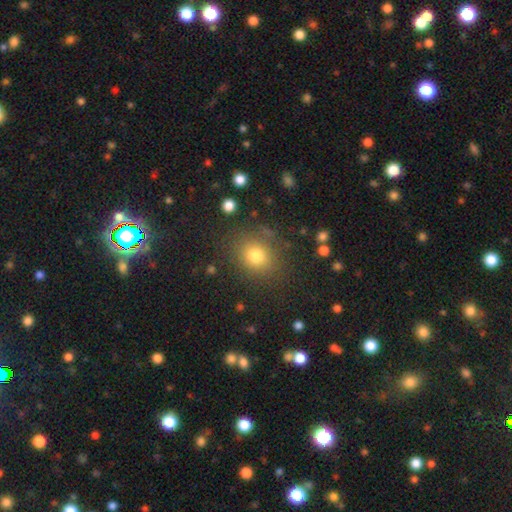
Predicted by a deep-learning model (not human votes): smooth-or-featured: smooth: 77% | star or artifact: 15% | featured or disk: 8%
  how-rounded: round: 76% | in between: 23% | cigar-shaped: 1%
  merging: none: 83% | minor disturbance: 11% | major disturbance: 4% | merger: 2%